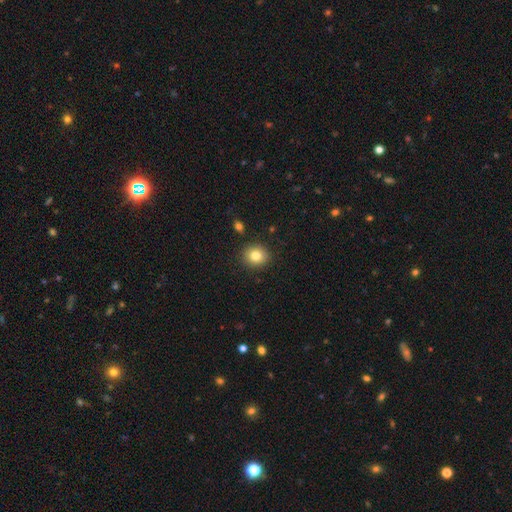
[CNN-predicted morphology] The model was most divided on "how rounded": round: 81%, in between: 18%, cigar-shaped: 1%. More confident: merging — none (89%); smooth or featured — smooth (82%).